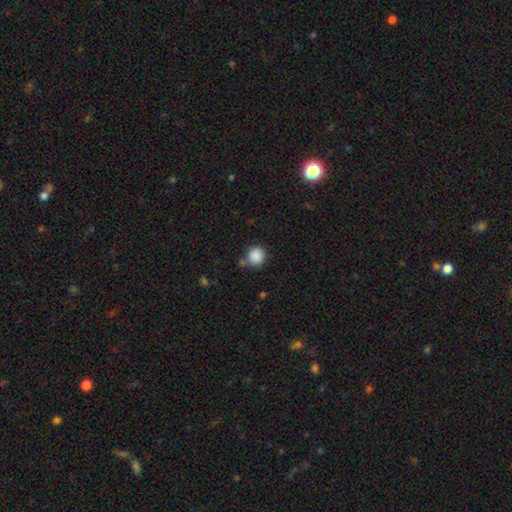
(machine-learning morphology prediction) Smooth or featured? smooth (87%)
How rounded? round (92%)
Merging? none (70%)